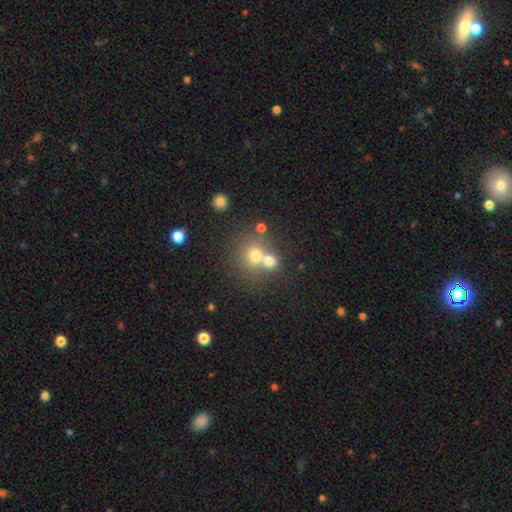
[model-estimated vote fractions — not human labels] This is likely a smooth galaxy (68%). How rounded: clearly round (84%). Merging: possibly merger (49%).